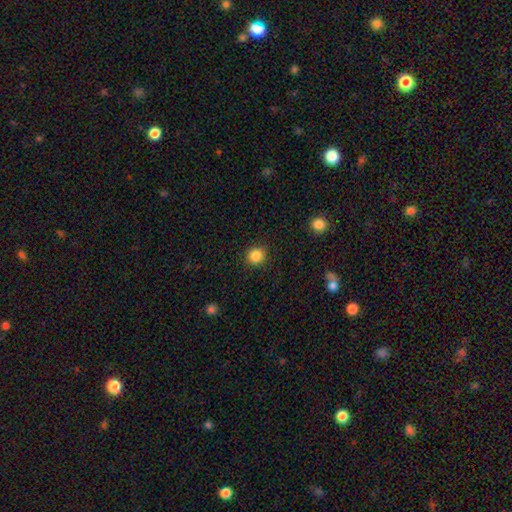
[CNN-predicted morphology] This is clearly a smooth galaxy (86%). How rounded: clearly round (88%). Merging: clearly none (89%).